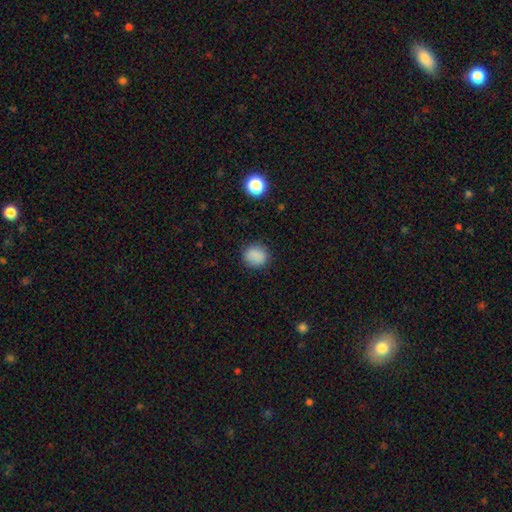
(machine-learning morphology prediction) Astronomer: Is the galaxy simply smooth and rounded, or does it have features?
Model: smooth — 86%.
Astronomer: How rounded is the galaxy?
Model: round — 83%.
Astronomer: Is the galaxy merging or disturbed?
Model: none — 86%.